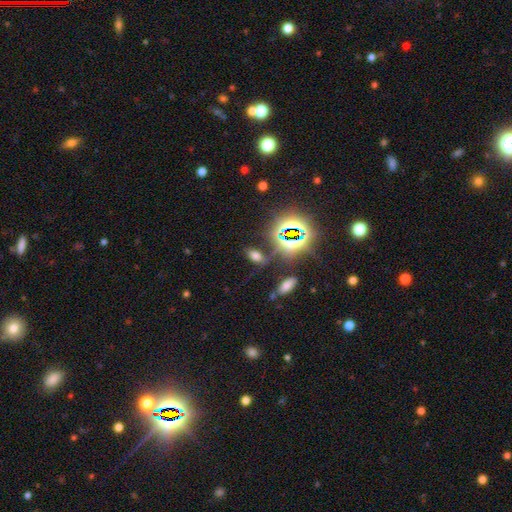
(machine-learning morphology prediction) Q: Smooth or featured?
A: smooth (53%); runner-up: star or artifact (35%)
Q: How rounded?
A: in between (83%); runner-up: cigar-shaped (9%)
Q: Merging?
A: none (70%); runner-up: minor disturbance (14%)